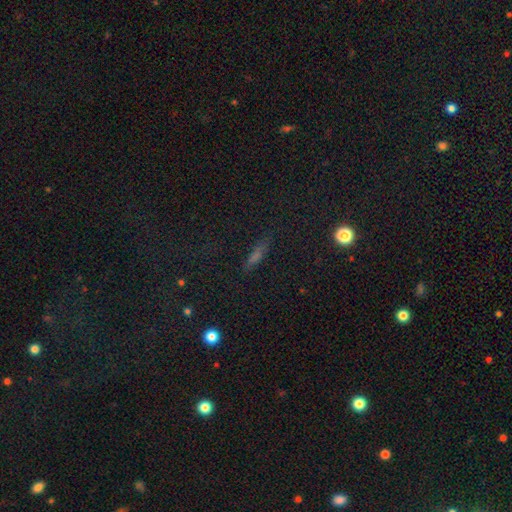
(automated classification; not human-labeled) smooth 51%, featured or disk 27%, star or artifact 22%. Down the decision tree: how rounded — cigar-shaped (78%); merging — none (83%).